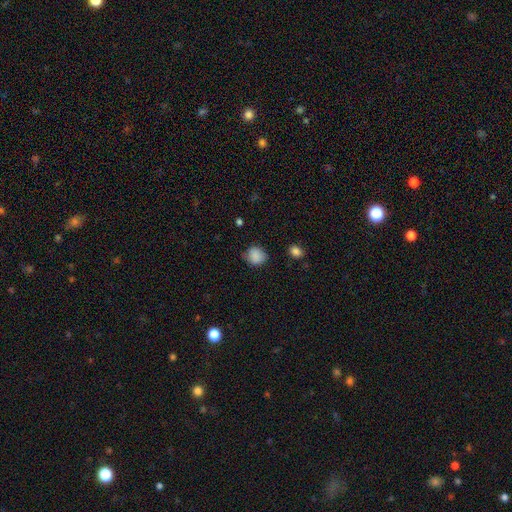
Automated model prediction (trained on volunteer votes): smooth-or-featured: smooth: 87% | star or artifact: 9% | featured or disk: 4%
  how-rounded: round: 80% | in between: 19% | cigar-shaped: 1%
  merging: none: 75% | minor disturbance: 19% | major disturbance: 4% | merger: 2%